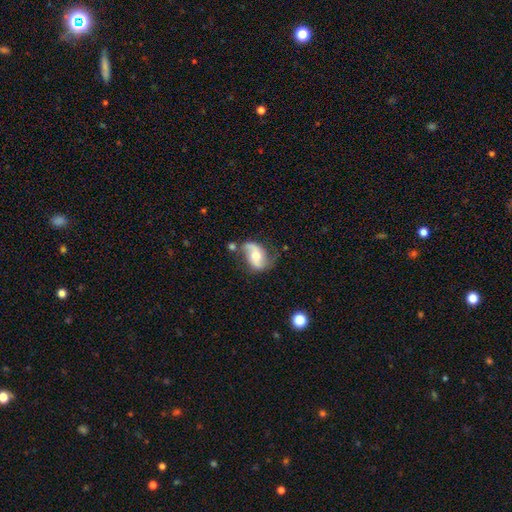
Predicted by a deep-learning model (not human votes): This is likely a featured or disk galaxy (70%). It is clearly not viewed edge-on (97%). Bar: possibly no (55%). Spiral arm pattern: clearly yes (90%). Spiral arm count: clearly 2 (85%). Spiral winding: likely loose (61%). Central bulge: likely moderate (61%). Merging: possibly none (54%).